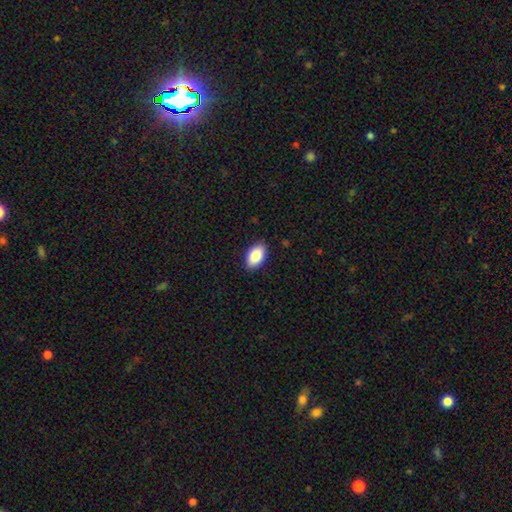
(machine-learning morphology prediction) smooth 87%, star or artifact 7%, featured or disk 6%. Down the decision tree: how rounded — in between (94%); merging — none (88%).